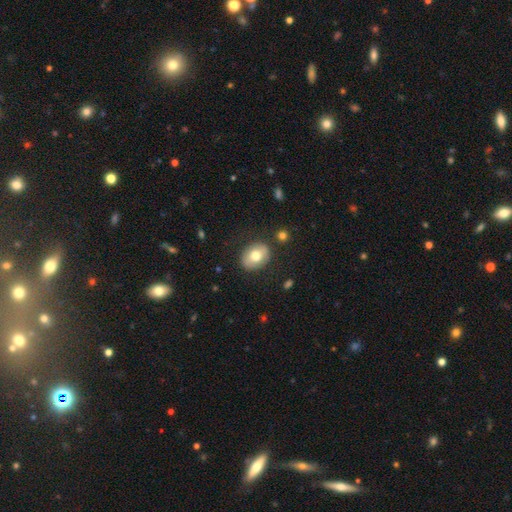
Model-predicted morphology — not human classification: Q: Smooth or featured?
A: smooth (69%); runner-up: featured or disk (23%)
Q: How rounded?
A: in between (67%); runner-up: round (32%)
Q: Merging?
A: none (85%); runner-up: minor disturbance (10%)